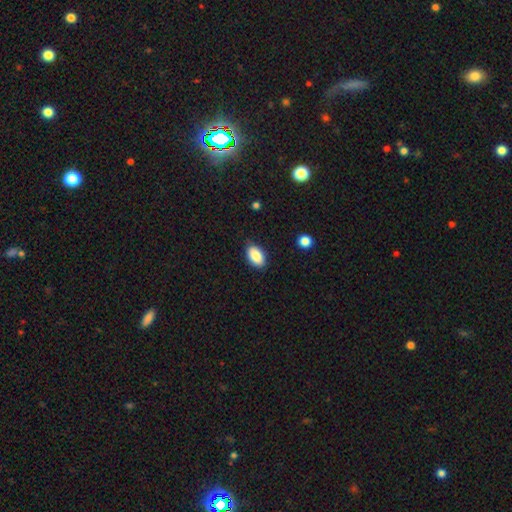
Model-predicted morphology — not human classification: Smooth or featured?
  - smooth: 88% *
  - star or artifact: 7%
  - featured or disk: 5%
How rounded?
  - in between: 93% *
  - round: 5%
  - cigar-shaped: 2%
Merging?
  - none: 85% *
  - minor disturbance: 12%
  - major disturbance: 2%
  - merger: 1%